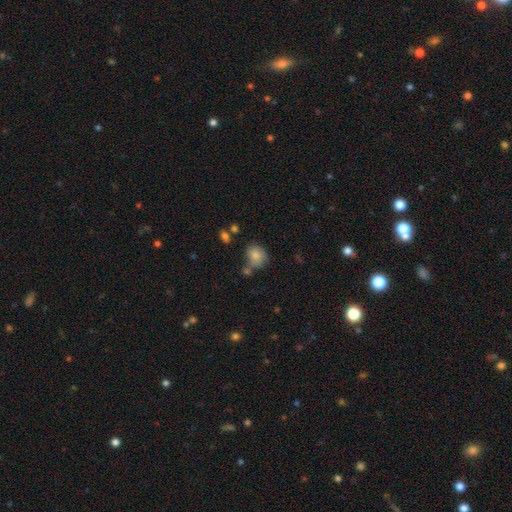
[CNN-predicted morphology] The model was most divided on "how rounded": round: 53%, in between: 46%, cigar-shaped: 1%. Remaining: smooth or featured — smooth (78%); merging — none (48%).